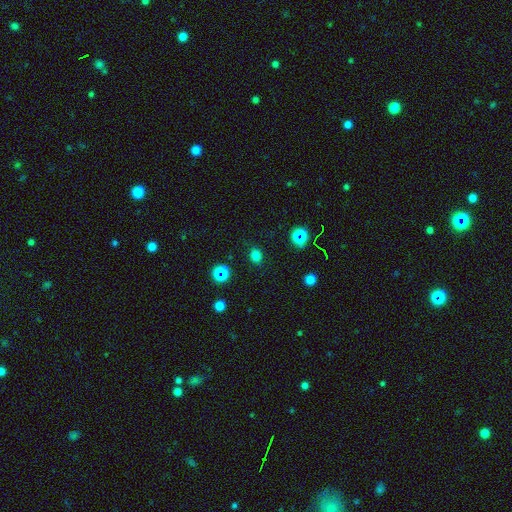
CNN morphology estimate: Smooth or featured: smooth — 74% (star or artifact — 21%)
How rounded: round — 58% (in between — 41%)
Merging: none — 86% (minor disturbance — 9%)